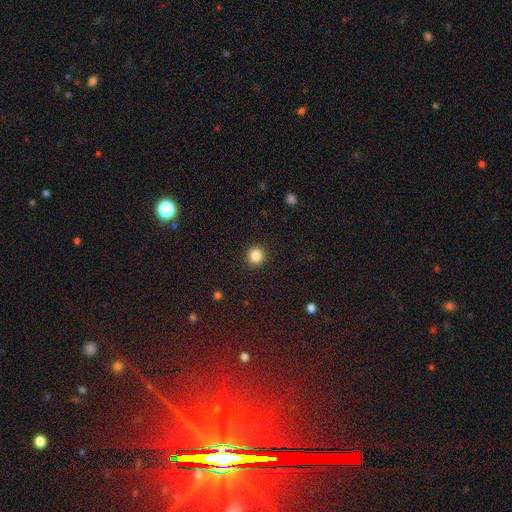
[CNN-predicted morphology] smooth-or-featured: smooth: 85% | star or artifact: 11% | featured or disk: 4%
  how-rounded: round: 94% | in between: 6% | cigar-shaped: 1%
  merging: none: 92% | minor disturbance: 5% | major disturbance: 2% | merger: 1%